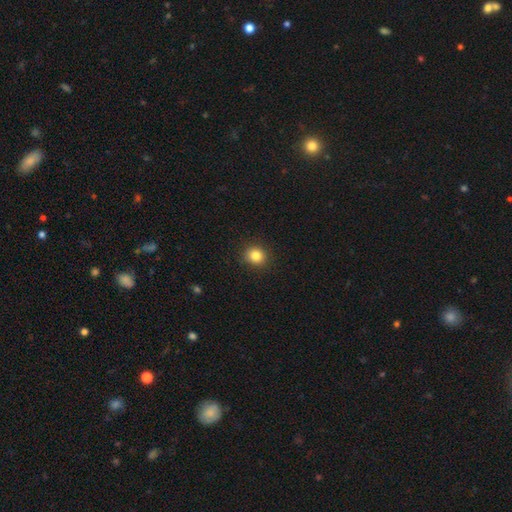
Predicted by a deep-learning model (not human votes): A smooth galaxy with no disk features (84%) that is round (83%).

Vote fractions:
- Smooth or featured? smooth: 84% / star or artifact: 11% / featured or disk: 5%
- How rounded? round: 83% / in between: 16% / cigar-shaped: 1%
- Merging? none: 90% / minor disturbance: 7% / major disturbance: 2% / merger: 1%